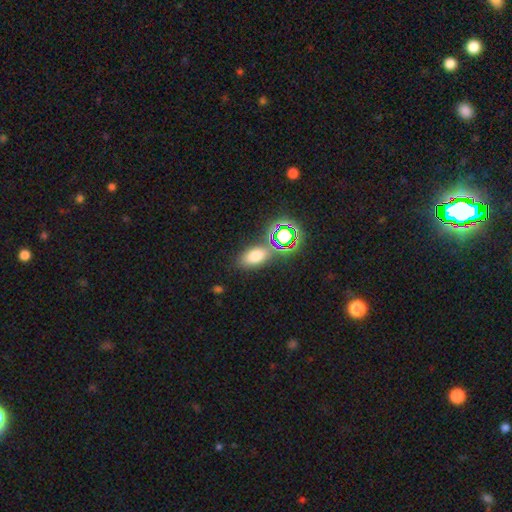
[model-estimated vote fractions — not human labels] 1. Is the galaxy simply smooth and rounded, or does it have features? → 67% smooth, 23% star or artifact, 10% featured or disk.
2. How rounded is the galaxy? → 84% in between, 11% round, 6% cigar-shaped.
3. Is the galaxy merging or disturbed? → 70% none, 13% minor disturbance, 11% merger, 5% major disturbance.